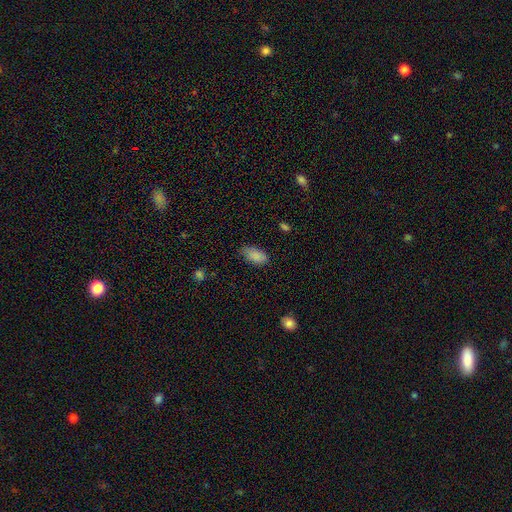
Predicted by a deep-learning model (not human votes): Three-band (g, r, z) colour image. It shows a smooth galaxy with no disk features (87%) that is in between round and cigar-shaped (92%). Merging: none (73%).